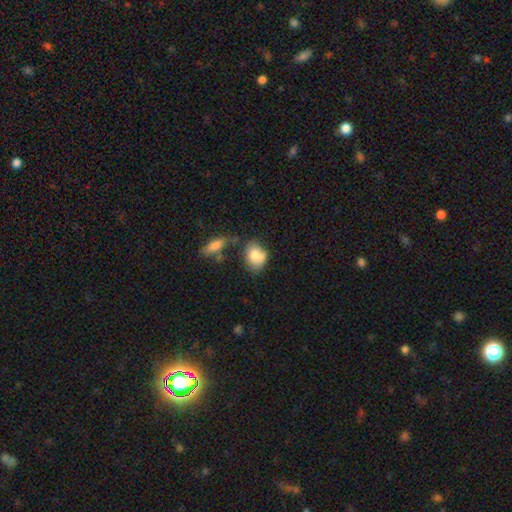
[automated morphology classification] Overall: smooth (79%). How rounded: in between (64%; round 35%). Merging: none (47%; minor disturbance 28%).